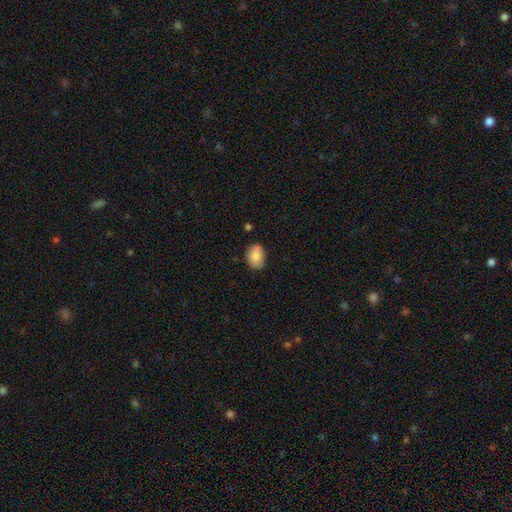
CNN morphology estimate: Smooth or featured: smooth — 83% (featured or disk — 10%)
How rounded: in between — 74% (round — 25%)
Merging: none — 77% (minor disturbance — 18%)